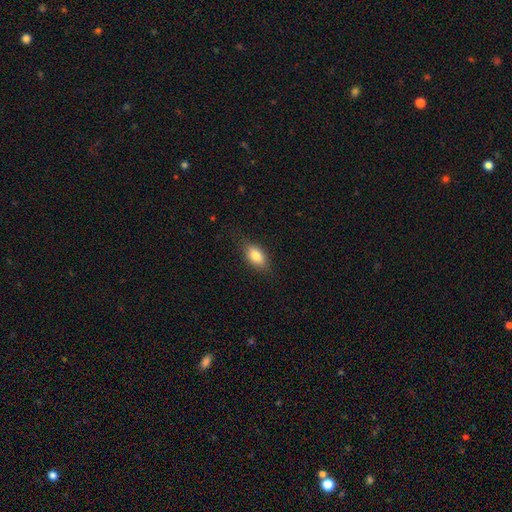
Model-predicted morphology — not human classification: smooth-or-featured: smooth: 80% | featured or disk: 12% | star or artifact: 8%
  how-rounded: in between: 87% | cigar-shaped: 7% | round: 7%
  merging: none: 78% | minor disturbance: 17% | major disturbance: 4% | merger: 1%